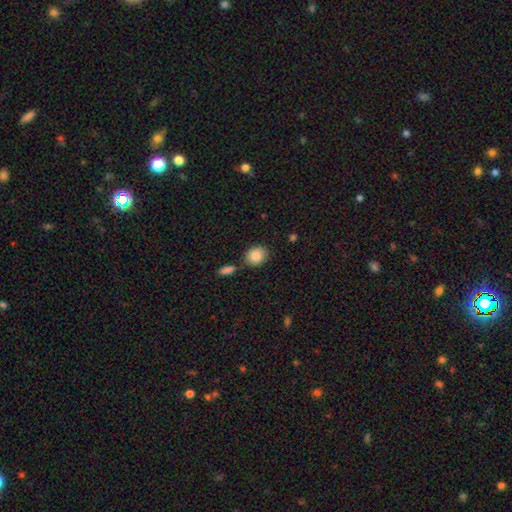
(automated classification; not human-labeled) Morphology: type=smooth (86%); roundness=round (54%); merging=none (71%).